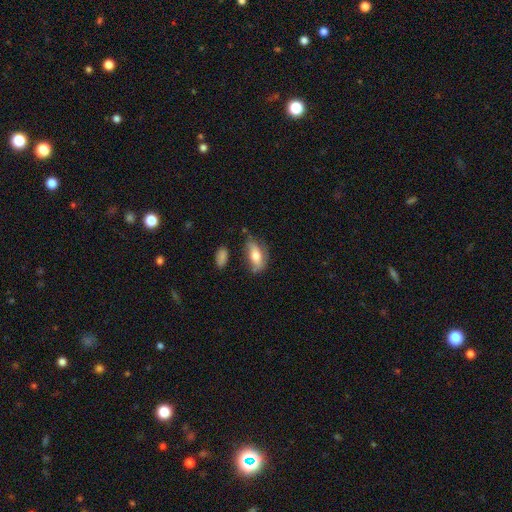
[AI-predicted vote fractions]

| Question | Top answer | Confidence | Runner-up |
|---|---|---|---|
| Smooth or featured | smooth | 63% | featured or disk (30%) |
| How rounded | in between | 79% | cigar-shaped (17%) |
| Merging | none | 55% | minor disturbance (29%) |